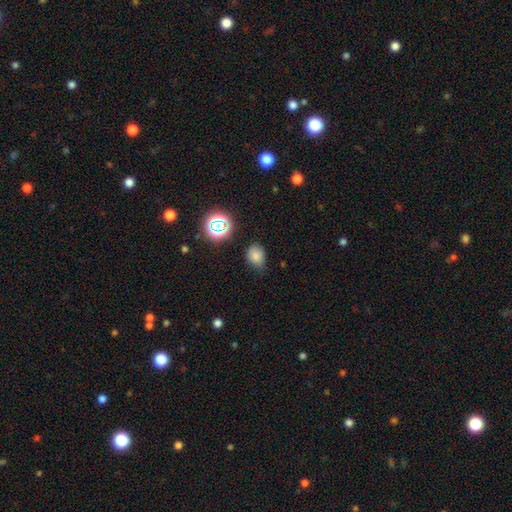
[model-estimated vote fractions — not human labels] Overall: smooth (76%). How rounded: in between (56%; round 43%). Merging: none (66%; minor disturbance 27%).